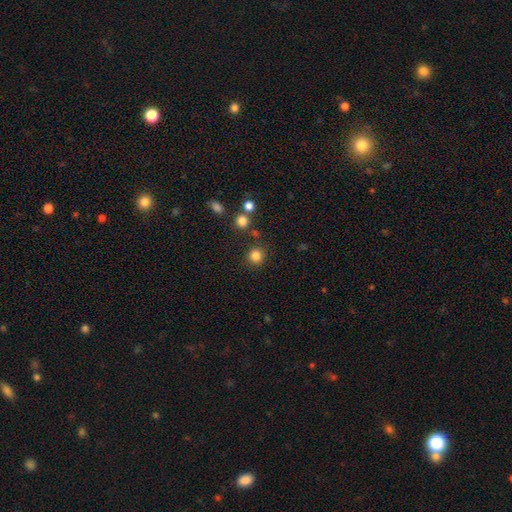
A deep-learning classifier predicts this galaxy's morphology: Smooth or featured? smooth (83%)
How rounded? round (92%)
Merging? none (86%)